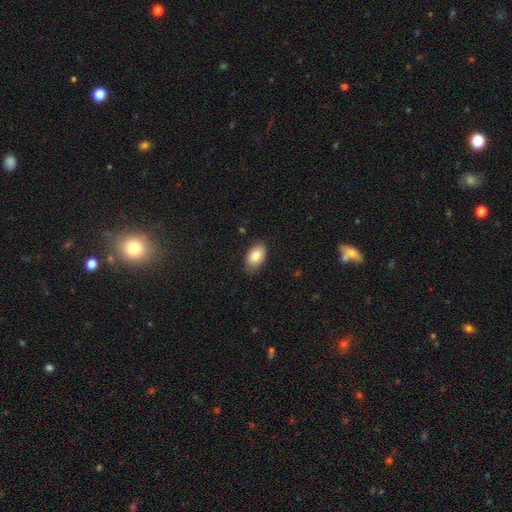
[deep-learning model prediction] A smooth galaxy with no disk features (83%) that is in between round and cigar-shaped (92%).

Vote fractions:
- Smooth or featured? smooth: 83% / featured or disk: 10% / star or artifact: 7%
- How rounded? in between: 92% / round: 7% / cigar-shaped: 1%
- Merging? none: 79% / minor disturbance: 17% / major disturbance: 3% / merger: 1%